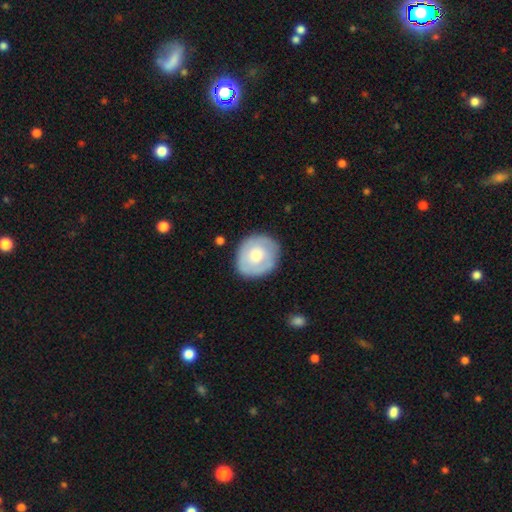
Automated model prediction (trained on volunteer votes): smooth 55%, featured or disk 40%, star or artifact 5%. Down the decision tree: how rounded — round (73%); merging — none (80%).